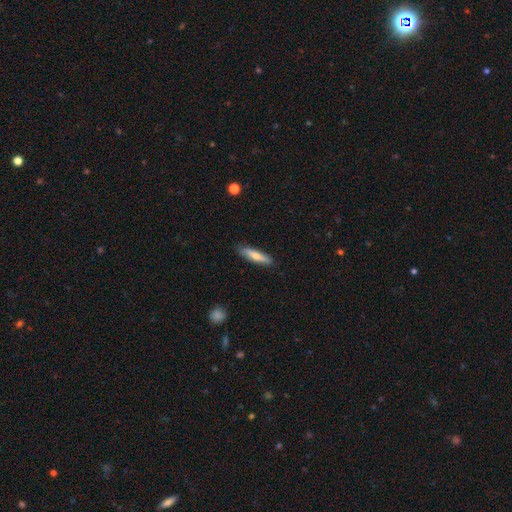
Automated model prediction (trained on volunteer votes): Smooth or featured?
  - smooth: 61% *
  - featured or disk: 34%
  - star or artifact: 6%
How rounded?
  - cigar-shaped: 79% *
  - in between: 19%
  - round: 2%
Merging?
  - none: 88% *
  - minor disturbance: 9%
  - major disturbance: 2%
  - merger: 1%